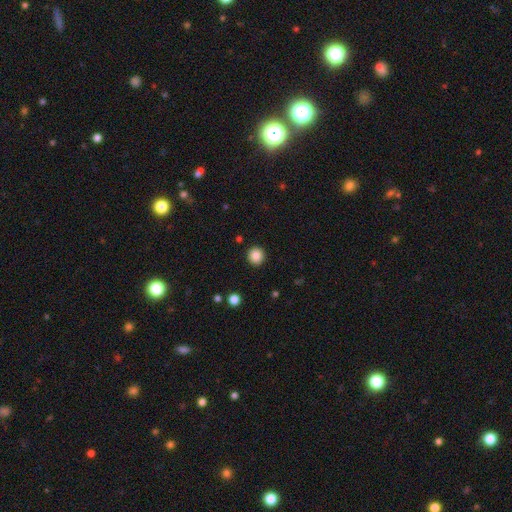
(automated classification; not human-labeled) Smooth or featured: smooth — 86% (star or artifact — 10%)
How rounded: round — 93% (in between — 6%)
Merging: none — 92% (minor disturbance — 5%)